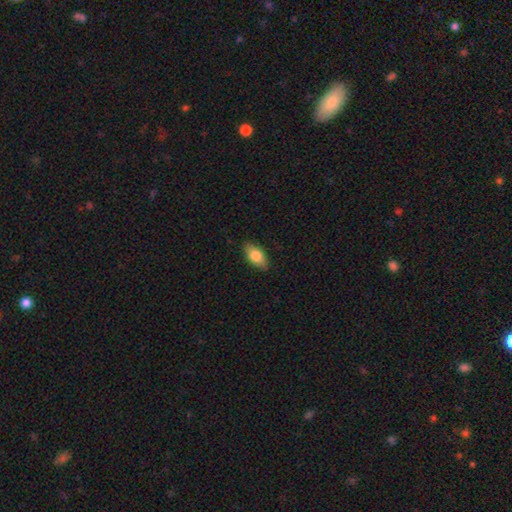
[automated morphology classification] smooth_or_featured: smooth (p=0.78) [alt: featured or disk p=0.15]
how_rounded: in between (p=0.89) [alt: cigar-shaped p=0.06]
merging: none (p=0.87) [alt: minor disturbance p=0.10]